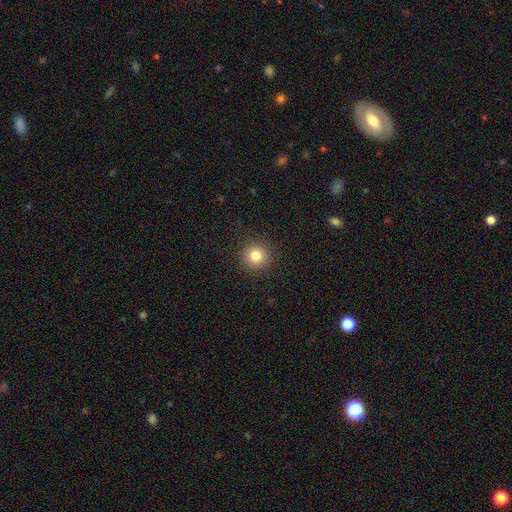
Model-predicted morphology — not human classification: Smooth or featured: smooth — 82% (star or artifact — 12%)
How rounded: round — 95% (in between — 4%)
Merging: none — 92% (minor disturbance — 5%)